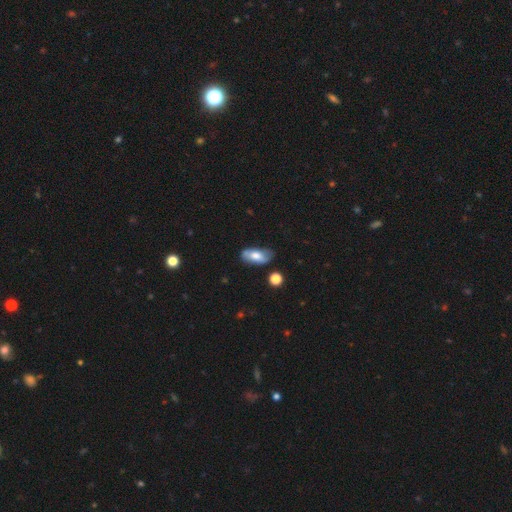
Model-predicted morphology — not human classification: smooth 62%, featured or disk 31%, star or artifact 7%. Down the decision tree: how rounded — in between (88%); merging — none (68%).